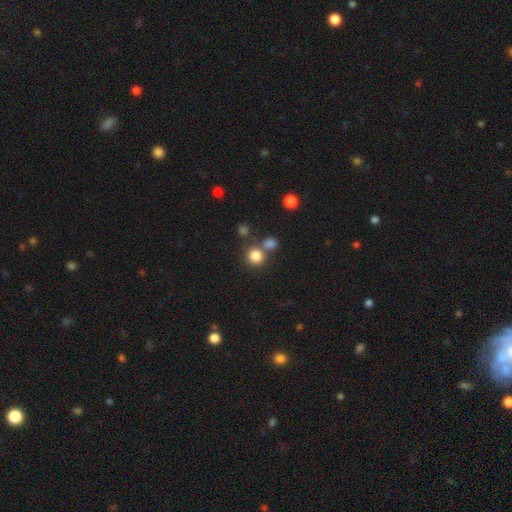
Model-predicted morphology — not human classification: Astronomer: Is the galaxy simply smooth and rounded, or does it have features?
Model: smooth — 82%.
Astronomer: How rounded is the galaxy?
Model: round — 90%.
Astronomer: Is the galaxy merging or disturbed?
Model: none — 65%.